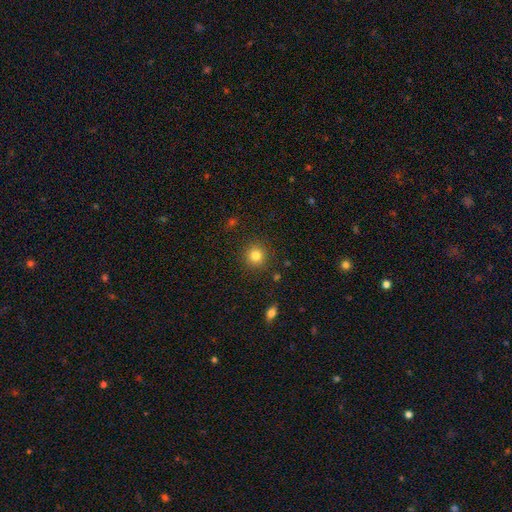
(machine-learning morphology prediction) Smooth or featured?
  - smooth: 82% *
  - star or artifact: 11%
  - featured or disk: 6%
How rounded?
  - round: 93% *
  - in between: 6%
  - cigar-shaped: 1%
Merging?
  - none: 90% *
  - minor disturbance: 6%
  - major disturbance: 2%
  - merger: 1%